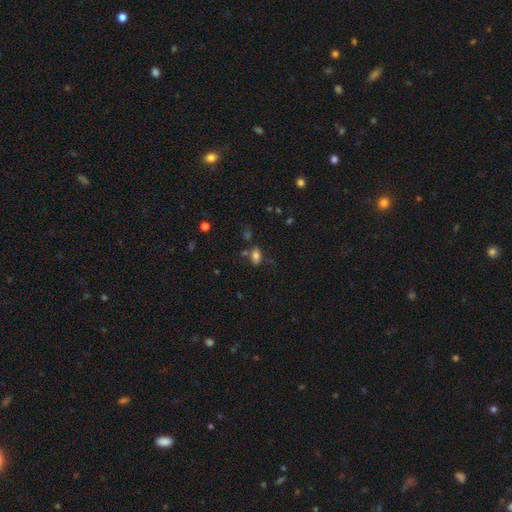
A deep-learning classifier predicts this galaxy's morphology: smooth 77%, star or artifact 14%, featured or disk 9%. Down the decision tree: how rounded — in between (86%); merging — none (62%).